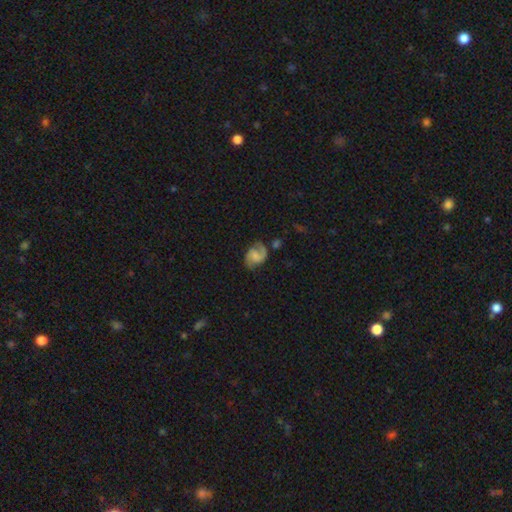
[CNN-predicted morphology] A featured or disk galaxy (73%) with a weak bar (48%), 2 (87%) medium (49%) spiral arms (93%) and no central bulge (47%).

Vote fractions:
- Smooth or featured? featured or disk: 73% / smooth: 20% / star or artifact: 7%
- Edge-on disk? no: 98% / yes: 2%
- Bar? weak: 48% / no: 34% / strong: 18%
- Spiral arms? yes: 93% / no: 7%
- Spiral winding? medium: 49% / loose: 31% / tight: 20%
- Spiral arm count? 2: 87% / 1: 5% / can't tell: 5% / 3: 1% / 4: 1% / more than 4: 1%
- Bulge size? none: 47% / small: 23% / moderate: 19% / large: 9% / dominant: 2%
- Merging? none: 69% / minor disturbance: 19% / major disturbance: 8% / merger: 4%